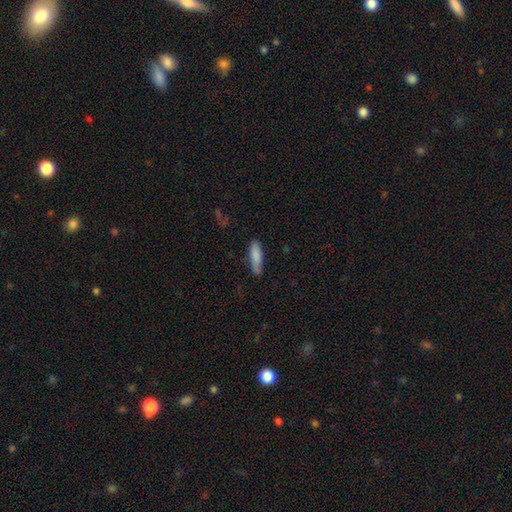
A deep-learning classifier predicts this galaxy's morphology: This is clearly a smooth galaxy (82%). How rounded: likely cigar-shaped (64%). Merging: likely none (69%).